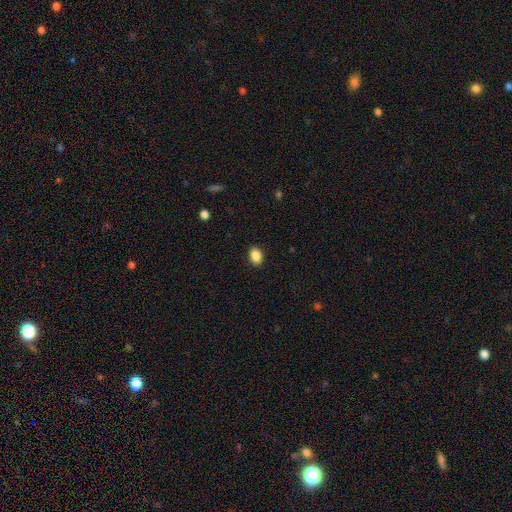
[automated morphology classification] Smooth or featured? Predicted: smooth (p=0.88). How rounded? Predicted: in between (p=0.78). Merging? Predicted: none (p=0.89).